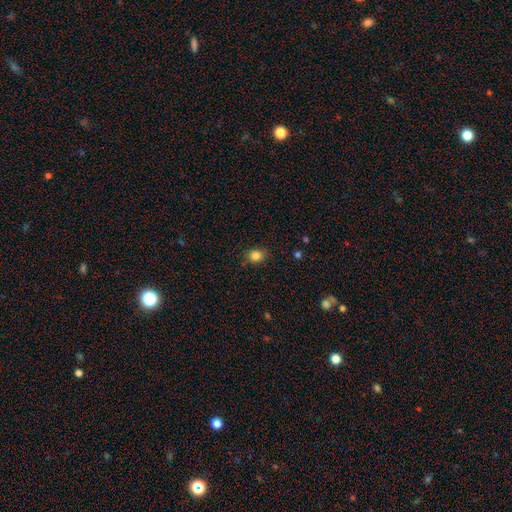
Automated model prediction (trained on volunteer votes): Q: Smooth or featured?
A: smooth (84%); runner-up: star or artifact (11%)
Q: How rounded?
A: round (57%); runner-up: in between (42%)
Q: Merging?
A: none (86%); runner-up: minor disturbance (11%)